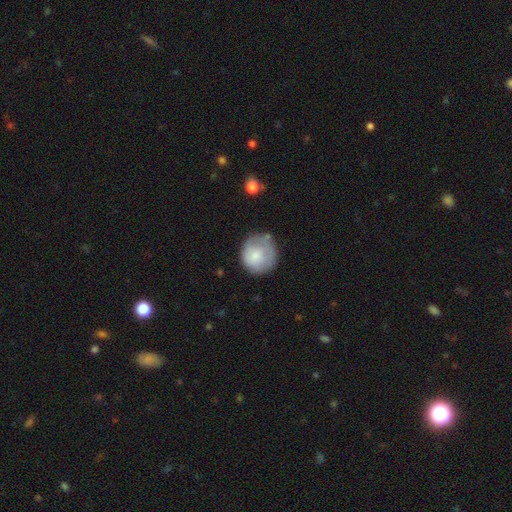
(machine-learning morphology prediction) Overall: smooth (74%). How rounded: round (84%). Merging: none (60%; minor disturbance 26%).